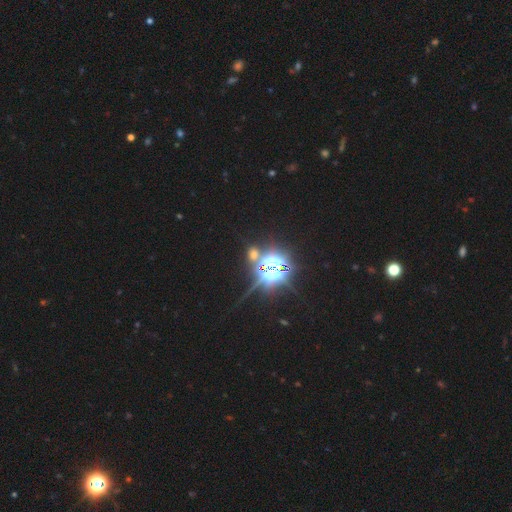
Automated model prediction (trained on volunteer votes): smooth_or_featured: star or artifact (p=0.79) [alt: smooth p=0.11]